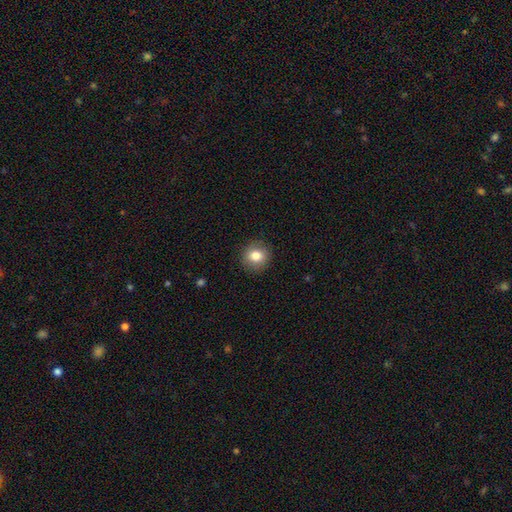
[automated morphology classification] smooth_or_featured: smooth (p=0.82) [alt: star or artifact p=0.10]
how_rounded: round (p=0.89) [alt: in between p=0.10]
merging: none (p=0.90) [alt: minor disturbance p=0.07]